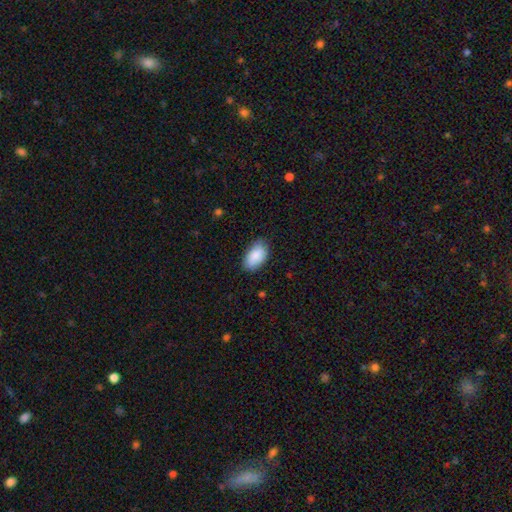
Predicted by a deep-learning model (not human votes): smooth_or_featured: smooth (p=0.88) [alt: star or artifact p=0.06]
how_rounded: in between (p=0.94) [alt: round p=0.04]
merging: none (p=0.80) [alt: minor disturbance p=0.17]